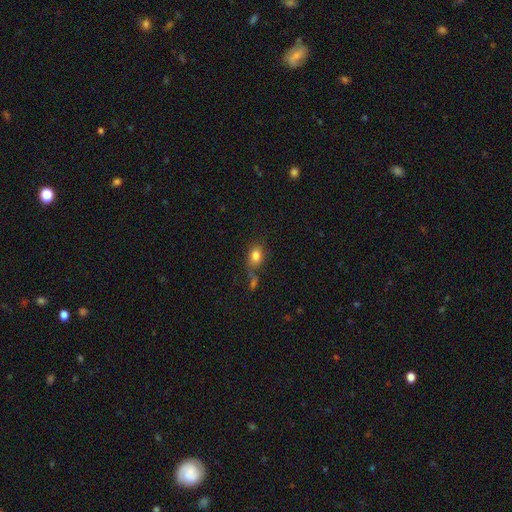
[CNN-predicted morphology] Smooth or featured? smooth (82%)
How rounded? in between (68%)
Merging? none (60%)